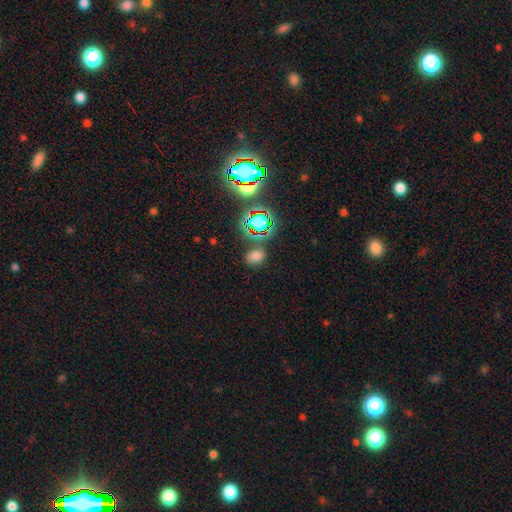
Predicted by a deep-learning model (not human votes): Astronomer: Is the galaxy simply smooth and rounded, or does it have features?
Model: smooth — 62%.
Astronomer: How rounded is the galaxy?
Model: in between — 57% (runner-up: round, 42%).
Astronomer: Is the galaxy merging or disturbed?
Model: none — 72%.